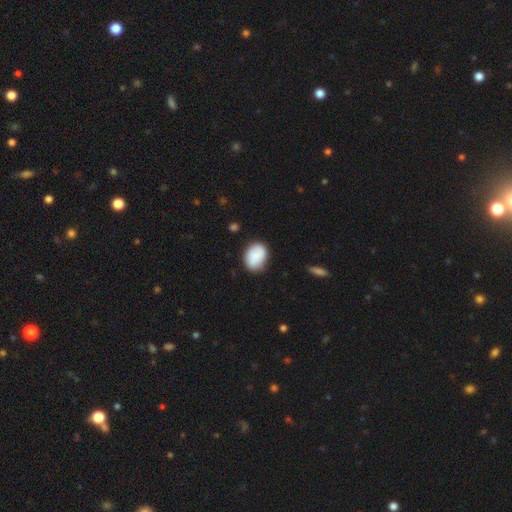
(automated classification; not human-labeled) Smooth or featured?
  - smooth: 84% *
  - featured or disk: 9%
  - star or artifact: 7%
How rounded?
  - in between: 71% *
  - round: 28%
  - cigar-shaped: 1%
Merging?
  - none: 76% *
  - minor disturbance: 18%
  - major disturbance: 4%
  - merger: 3%